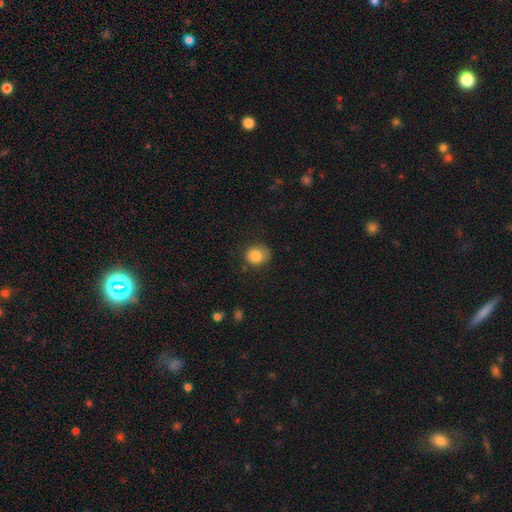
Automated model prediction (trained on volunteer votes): The model was most divided on "merging": none: 67%, minor disturbance: 24%, major disturbance: 7%, merger: 2%. More confident: smooth or featured — smooth (84%); how rounded — round (72%).